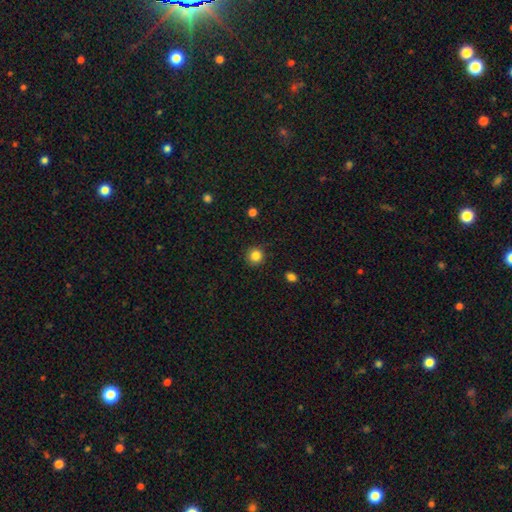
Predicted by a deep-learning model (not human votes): Smooth or featured: smooth — 84% (star or artifact — 11%)
How rounded: round — 93% (in between — 6%)
Merging: none — 89% (minor disturbance — 7%)